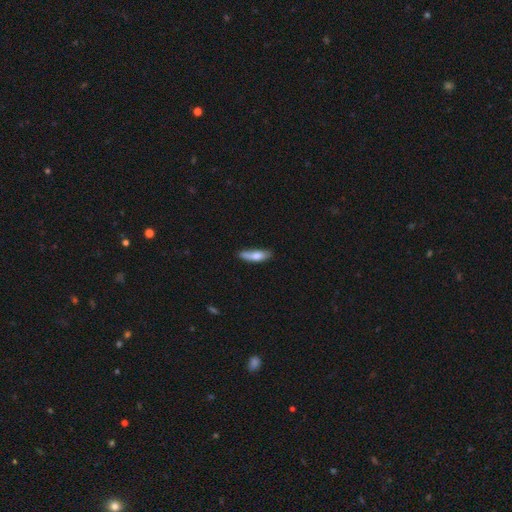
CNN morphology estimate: This appears to be a smooth galaxy with no disk features (72%) that is cigar-shaped (60%). Merging: none (59%).